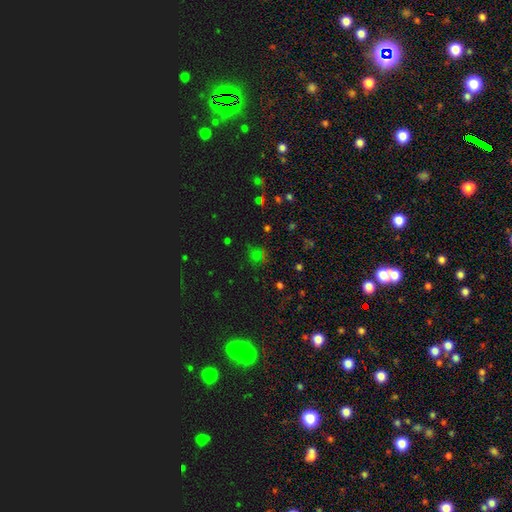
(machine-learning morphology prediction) The model was most divided on "smooth or featured": star or artifact: 50%, smooth: 42%, featured or disk: 9%.